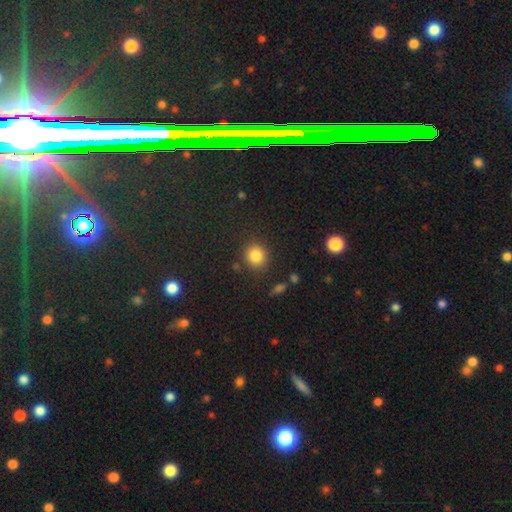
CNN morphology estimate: This is clearly a smooth galaxy (84%). How rounded: clearly round (85%). Merging: clearly none (85%).